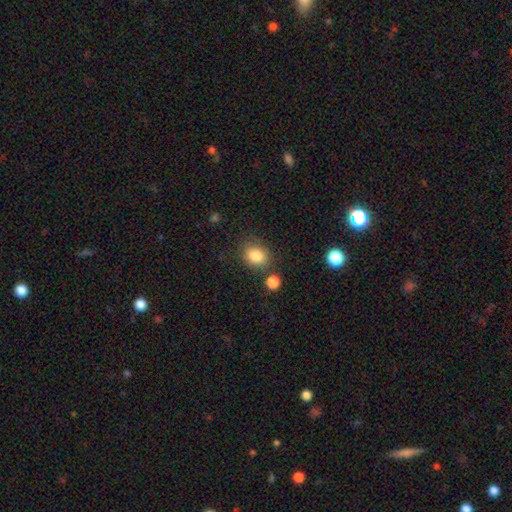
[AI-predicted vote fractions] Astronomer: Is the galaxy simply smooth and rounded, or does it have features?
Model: smooth — 85%.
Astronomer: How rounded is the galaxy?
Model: round — 53% (runner-up: in between, 46%).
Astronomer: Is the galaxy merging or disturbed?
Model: none — 76%.